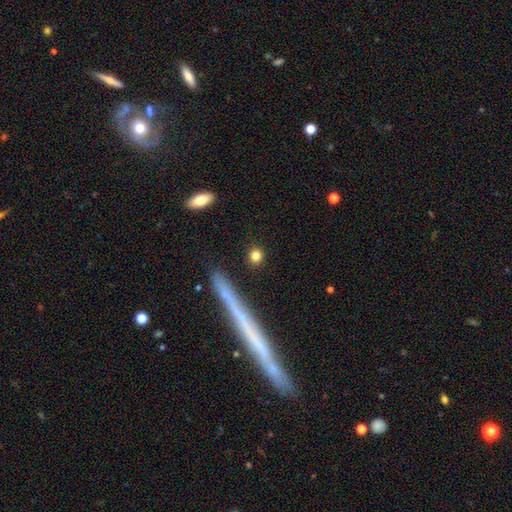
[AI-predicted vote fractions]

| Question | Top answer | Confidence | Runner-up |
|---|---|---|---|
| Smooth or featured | smooth | 82% | star or artifact (10%) |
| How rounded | round | 84% | in between (12%) |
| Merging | none | 89% | minor disturbance (6%) |